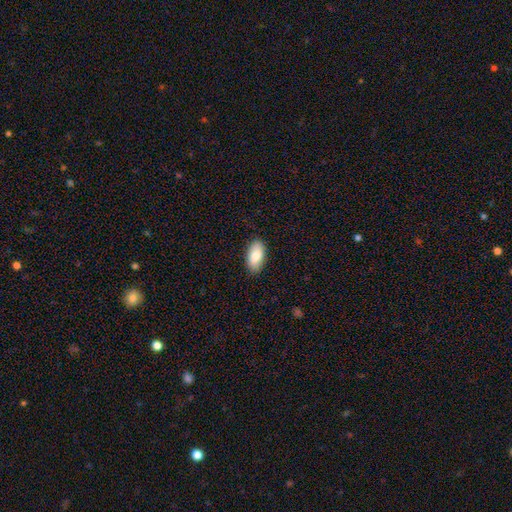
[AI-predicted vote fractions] Morphology: type=smooth (83%); roundness=in between (94%); merging=none (87%).